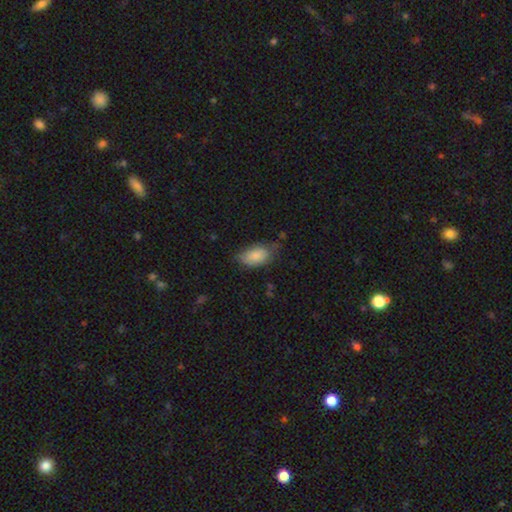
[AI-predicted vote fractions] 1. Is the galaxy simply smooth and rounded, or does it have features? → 84% smooth, 9% featured or disk, 7% star or artifact.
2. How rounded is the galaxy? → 93% in between, 4% round, 3% cigar-shaped.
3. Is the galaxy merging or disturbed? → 55% none, 34% minor disturbance, 9% major disturbance, 2% merger.